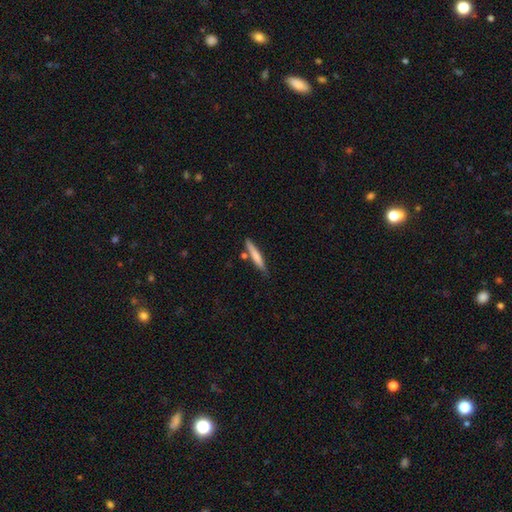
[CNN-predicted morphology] This appears to be a smooth galaxy with no disk features (68%) that is cigar-shaped (93%). Merging: none (76%).